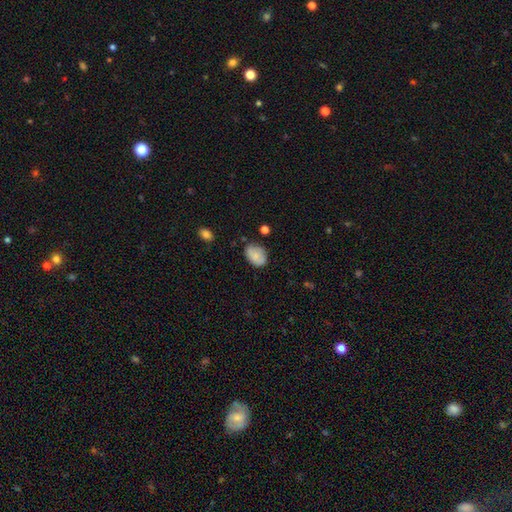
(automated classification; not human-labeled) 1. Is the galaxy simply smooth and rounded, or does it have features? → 79% smooth, 13% featured or disk, 8% star or artifact.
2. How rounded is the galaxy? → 79% in between, 20% round, 1% cigar-shaped.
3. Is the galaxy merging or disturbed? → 66% none, 26% minor disturbance, 5% major disturbance, 3% merger.